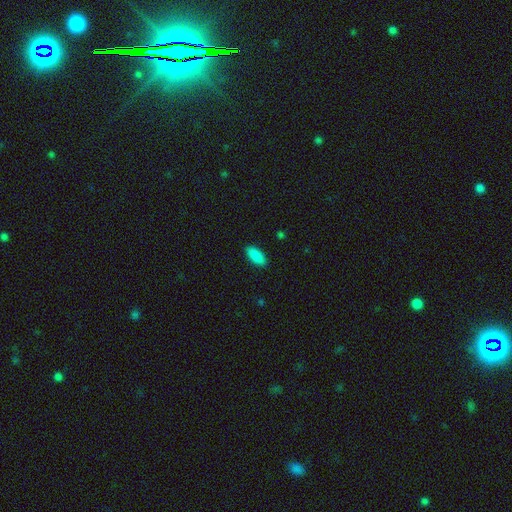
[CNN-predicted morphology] This is clearly a smooth galaxy (90%). How rounded: clearly in between (88%). Merging: clearly none (89%).